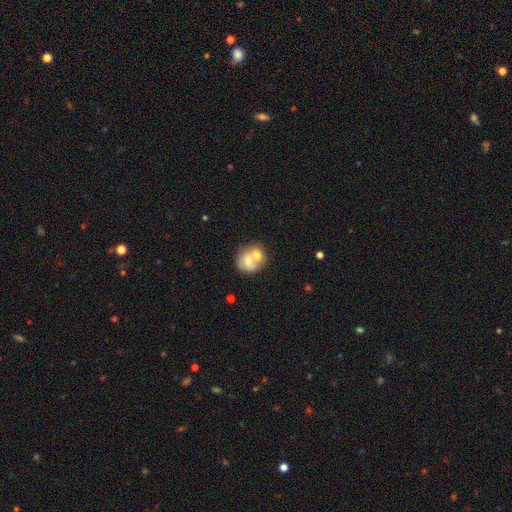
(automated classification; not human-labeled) Smooth or featured? smooth (57%)
How rounded? round (72%)
Merging? merger (52%)